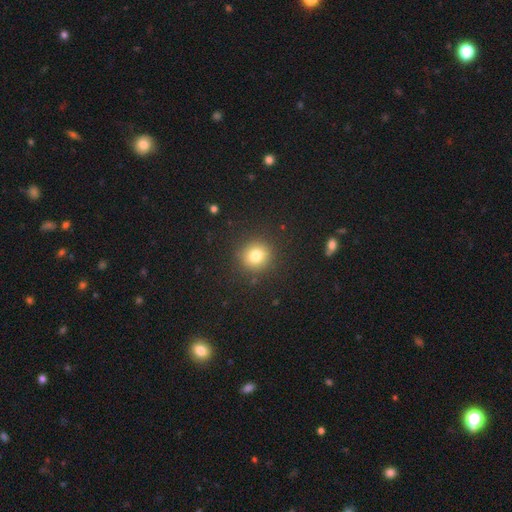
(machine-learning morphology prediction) Q: Smooth or featured?
A: smooth (78%); runner-up: star or artifact (14%)
Q: How rounded?
A: round (91%); runner-up: in between (8%)
Q: Merging?
A: none (90%); runner-up: minor disturbance (7%)